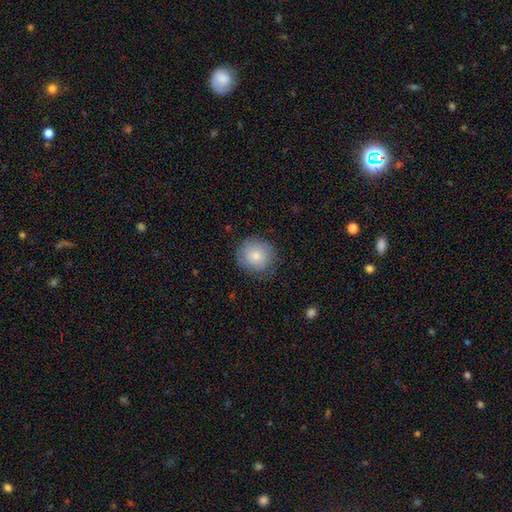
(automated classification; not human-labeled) Smooth or featured? smooth (80%)
How rounded? round (92%)
Merging? none (80%)